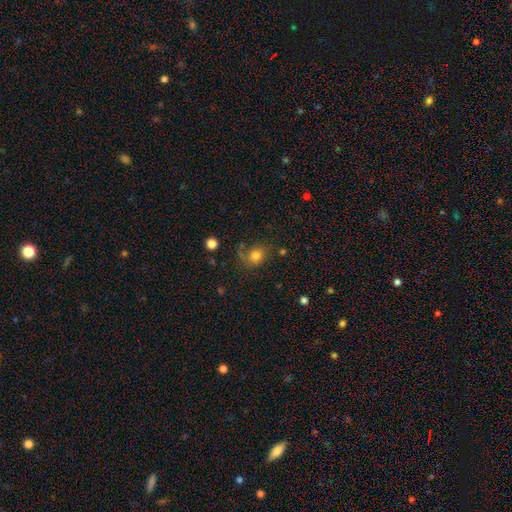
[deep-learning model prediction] This appears to be a smooth galaxy with no disk features (75%) that is round (63%). Merging: none (59%).